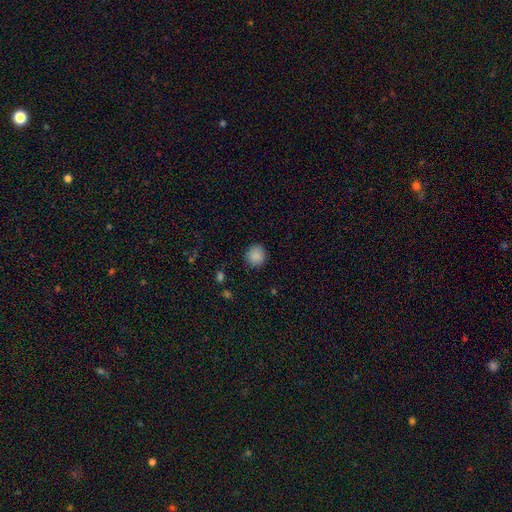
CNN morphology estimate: smooth_or_featured: smooth (p=0.88) [alt: star or artifact p=0.09]
how_rounded: round (p=0.87) [alt: in between p=0.12]
merging: none (p=0.88) [alt: minor disturbance p=0.09]